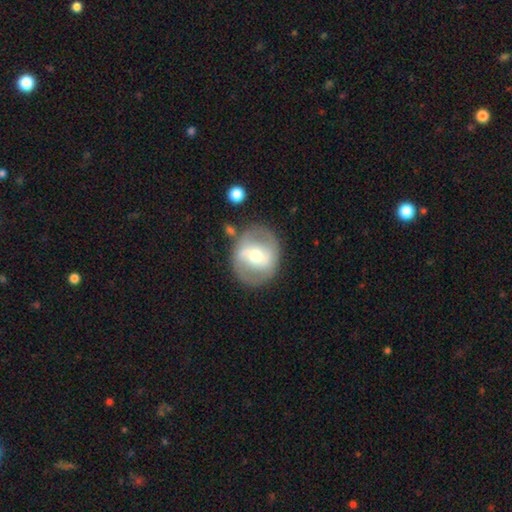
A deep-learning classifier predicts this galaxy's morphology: Smooth or featured? featured or disk (62%)
Edge-on disk? no (95%)
Bar? weak (37%)
Spiral arms? yes (53%)
Bulge size? moderate (67%)
Merging? none (76%)